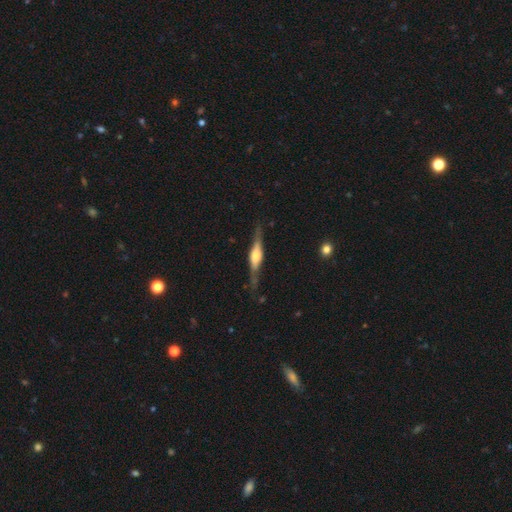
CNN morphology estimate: smooth_or_featured: featured or disk (p=0.75) [alt: smooth p=0.20]
disk_edge_on: yes (p=0.96) [alt: no p=0.04]
edge_on_bulge: rounded (p=0.80) [alt: boxy p=0.17]
merging: none (p=0.81) [alt: minor disturbance p=0.14]